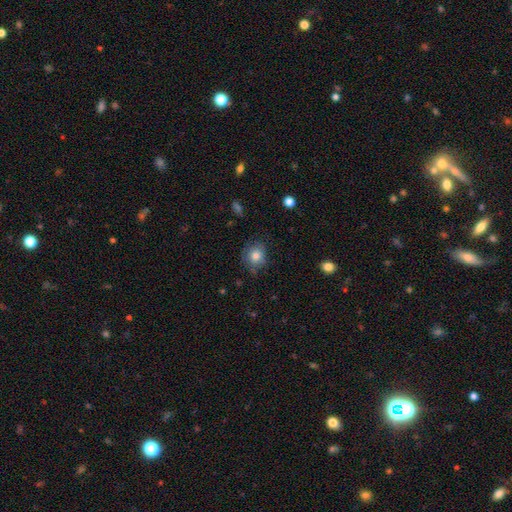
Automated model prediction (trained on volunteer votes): smooth 79%, featured or disk 12%, star or artifact 9%. Down the decision tree: how rounded — round (68%); merging — none (71%).